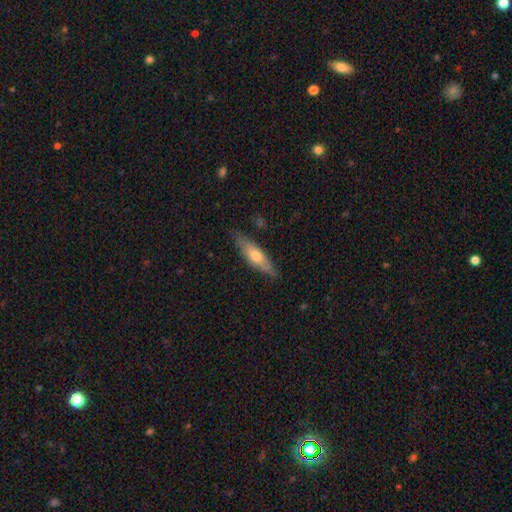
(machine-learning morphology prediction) Smooth or featured? smooth (56%)
How rounded? cigar-shaped (55%)
Merging? none (79%)